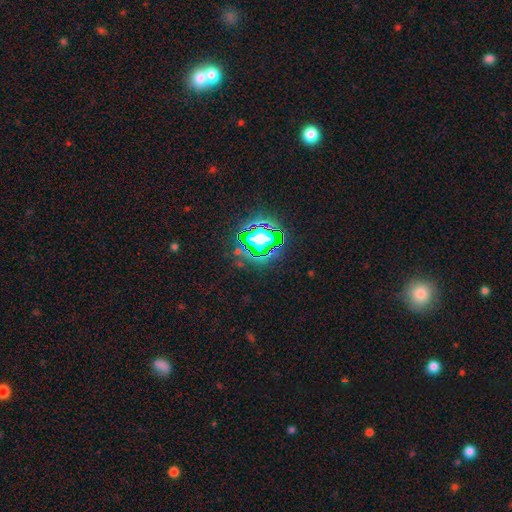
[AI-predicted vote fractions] star or artifact 82%, smooth 11%, featured or disk 7%.